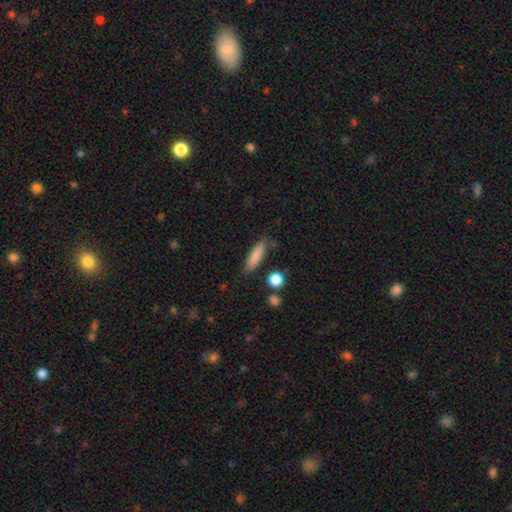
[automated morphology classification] This appears to be a smooth galaxy with no disk features (84%) that is cigar-shaped (69%). Merging: none (81%).